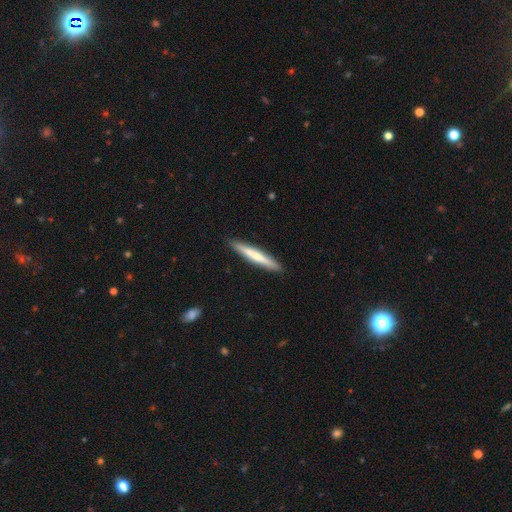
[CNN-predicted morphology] smooth 55%, featured or disk 40%, star or artifact 5%. Down the decision tree: how rounded — cigar-shaped (95%); merging — none (91%).